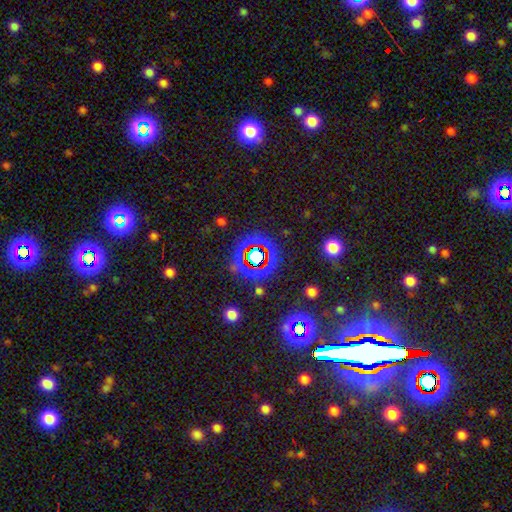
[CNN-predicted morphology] This appears to be a star or artifact, not a galaxy (70%).